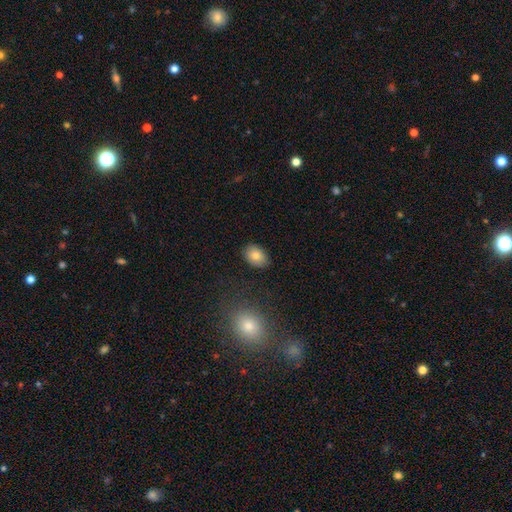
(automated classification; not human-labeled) Q: Smooth or featured?
A: smooth (83%); runner-up: featured or disk (8%)
Q: How rounded?
A: in between (80%); runner-up: round (19%)
Q: Merging?
A: none (87%); runner-up: minor disturbance (10%)